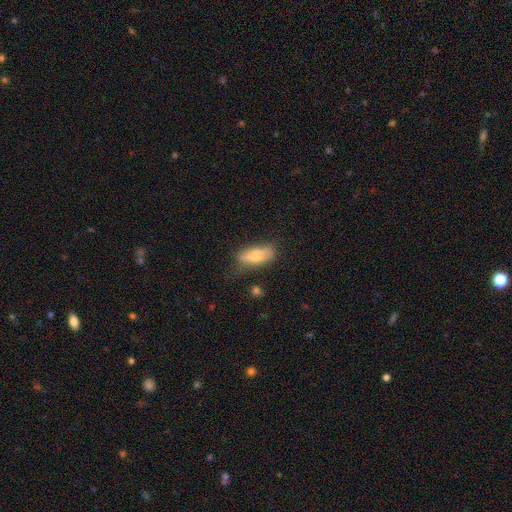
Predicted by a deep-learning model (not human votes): smooth_or_featured: smooth (p=0.73) [alt: featured or disk p=0.20]
how_rounded: in between (p=0.71) [alt: cigar-shaped p=0.26]
merging: none (p=0.56) [alt: minor disturbance p=0.29]